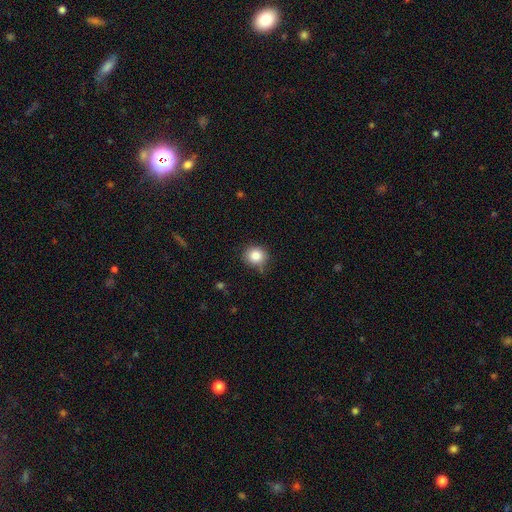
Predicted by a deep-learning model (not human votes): Overall: smooth (85%). How rounded: round (87%). Merging: none (82%).